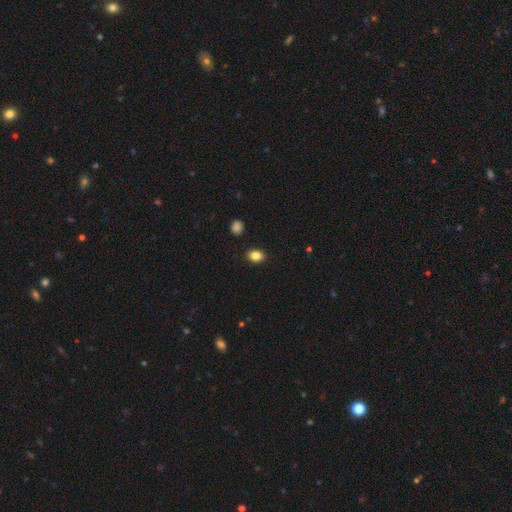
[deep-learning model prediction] Smooth or featured? smooth (85%)
How rounded? in between (65%)
Merging? none (89%)